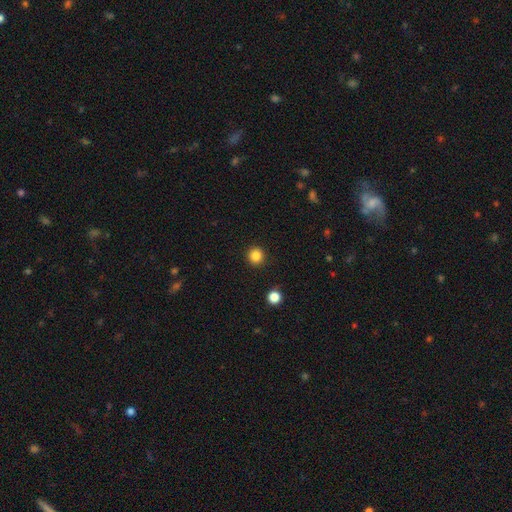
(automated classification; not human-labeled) Smooth or featured?
  - smooth: 85% *
  - star or artifact: 11%
  - featured or disk: 4%
How rounded?
  - round: 94% *
  - in between: 5%
  - cigar-shaped: 1%
Merging?
  - none: 92% *
  - minor disturbance: 5%
  - major disturbance: 2%
  - merger: 1%